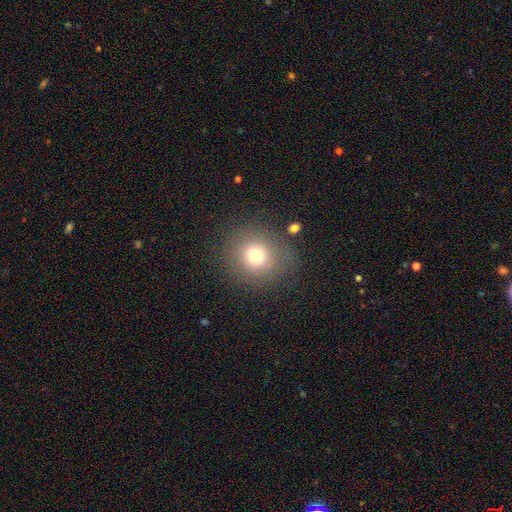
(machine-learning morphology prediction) smooth_or_featured: smooth (p=0.72) [alt: star or artifact p=0.15]
how_rounded: round (p=0.86) [alt: in between p=0.13]
merging: none (p=0.81) [alt: minor disturbance p=0.10]